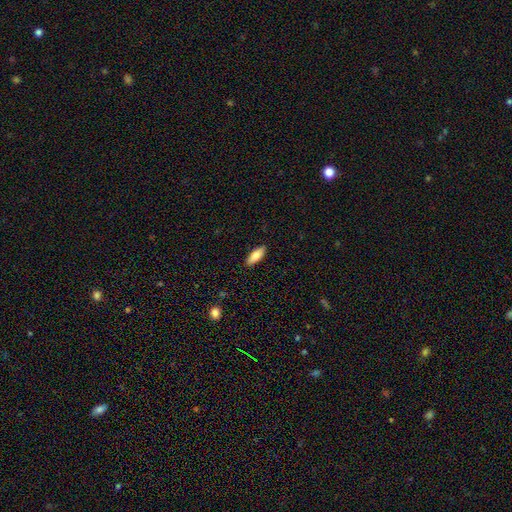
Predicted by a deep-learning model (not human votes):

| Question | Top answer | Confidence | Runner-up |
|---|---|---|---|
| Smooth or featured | smooth | 78% | featured or disk (15%) |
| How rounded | in between | 70% | cigar-shaped (28%) |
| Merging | none | 88% | minor disturbance (9%) |